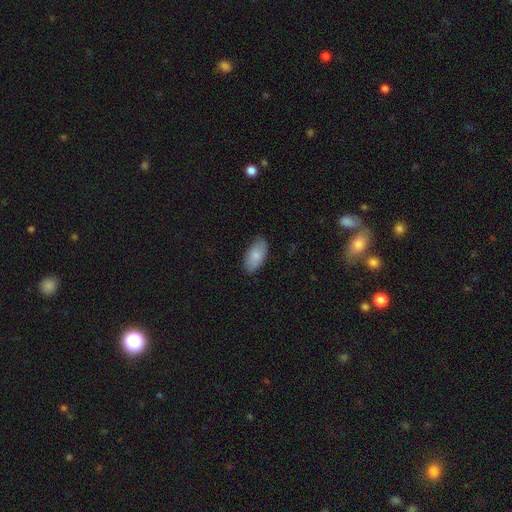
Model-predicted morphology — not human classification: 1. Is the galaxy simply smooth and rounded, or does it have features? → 84% smooth, 10% featured or disk, 6% star or artifact.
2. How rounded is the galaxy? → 94% in between, 3% cigar-shaped, 2% round.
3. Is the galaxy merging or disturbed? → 82% none, 14% minor disturbance, 3% major disturbance, 1% merger.